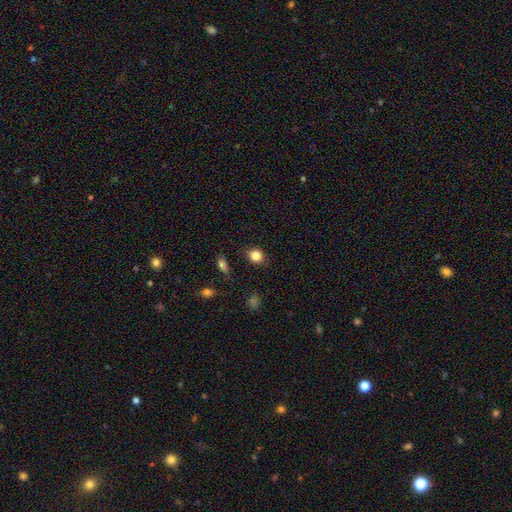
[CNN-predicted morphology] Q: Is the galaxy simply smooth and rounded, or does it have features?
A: smooth — 84%.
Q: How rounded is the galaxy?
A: round — 74%.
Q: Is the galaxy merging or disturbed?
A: none — 84%.